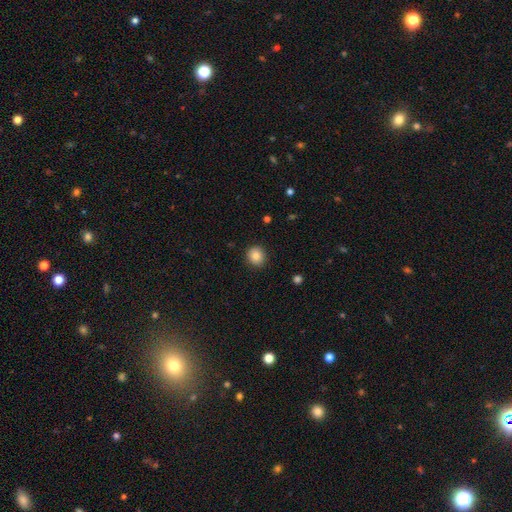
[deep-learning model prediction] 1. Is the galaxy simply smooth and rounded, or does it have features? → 84% smooth, 10% star or artifact, 6% featured or disk.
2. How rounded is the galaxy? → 89% round, 10% in between, 1% cigar-shaped.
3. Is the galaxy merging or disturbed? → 90% none, 7% minor disturbance, 2% major disturbance, 1% merger.